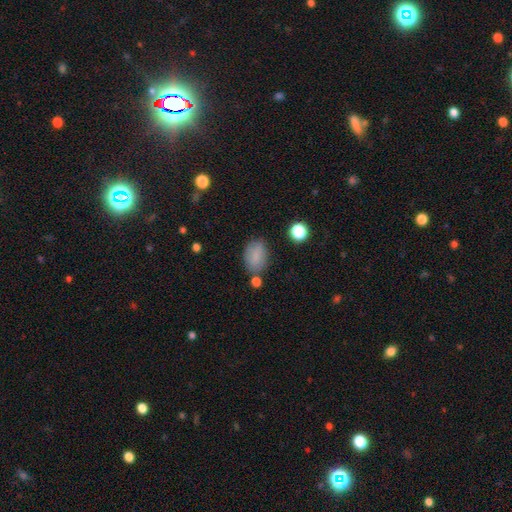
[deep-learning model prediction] Overall: smooth (80%). How rounded: in between (81%). Merging: none (69%).